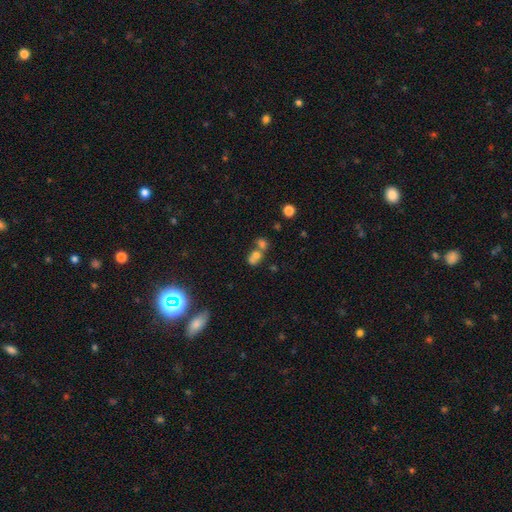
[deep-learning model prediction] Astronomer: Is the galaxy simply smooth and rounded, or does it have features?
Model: smooth — 66%.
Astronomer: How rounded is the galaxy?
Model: round — 52% (runner-up: in between, 46%).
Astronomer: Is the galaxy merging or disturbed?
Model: merger — 64%.